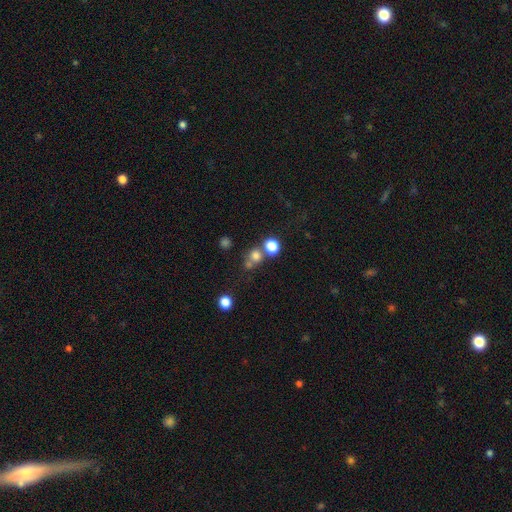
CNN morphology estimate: This appears to be a smooth galaxy with no disk features (74%) that is round (83%). Merging: none (55%).